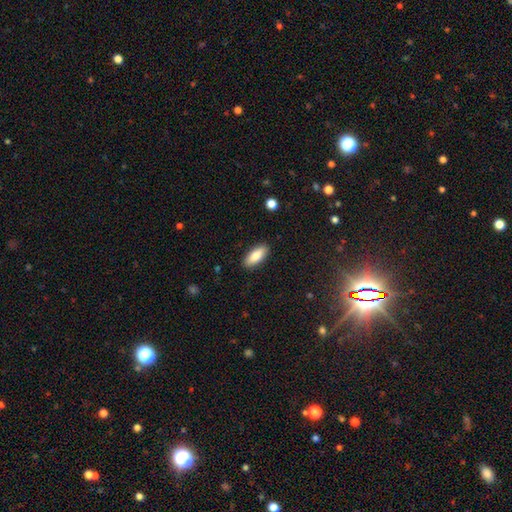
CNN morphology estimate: This appears to be a smooth galaxy with no disk features (82%) that is in between round and cigar-shaped (78%). Merging: none (89%).